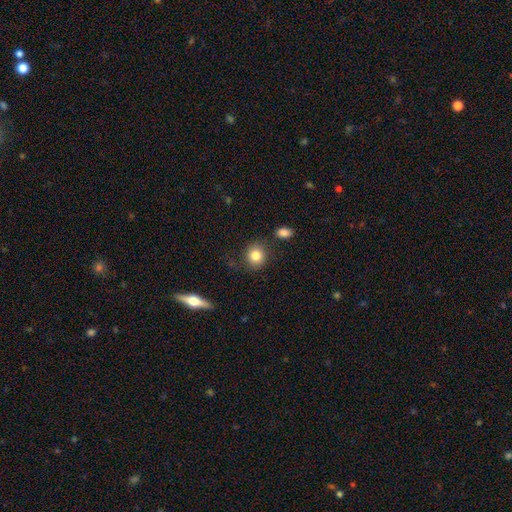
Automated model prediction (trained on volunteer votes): The model was most divided on "how rounded": round: 81%, in between: 18%, cigar-shaped: 1%. More confident: smooth or featured — smooth (83%); merging — none (77%).